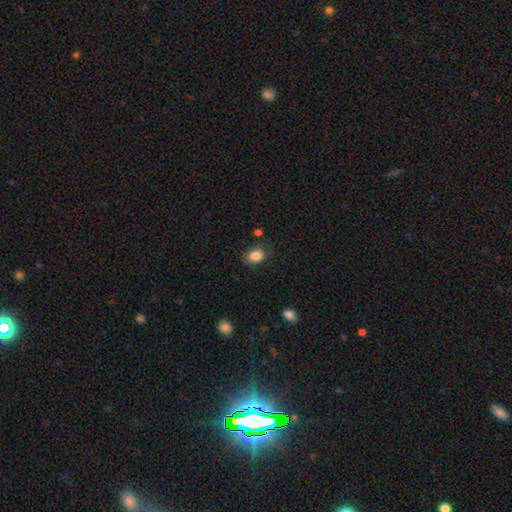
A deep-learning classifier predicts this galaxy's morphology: This is clearly a smooth galaxy (86%). How rounded: likely in between (61%). Merging: likely none (76%).